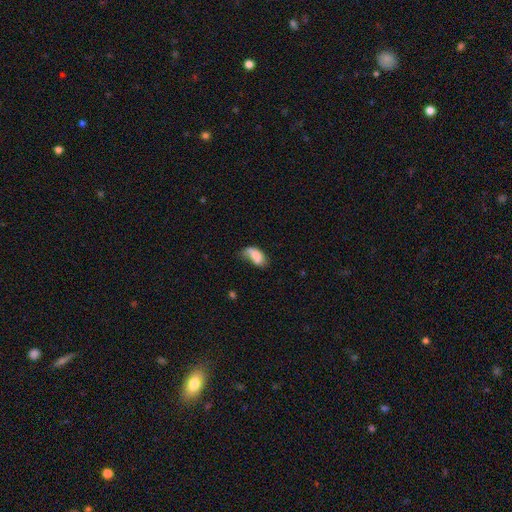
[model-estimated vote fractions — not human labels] This is likely a smooth galaxy (73%). How rounded: clearly in between (92%). Merging: marginally minor disturbance (32%).